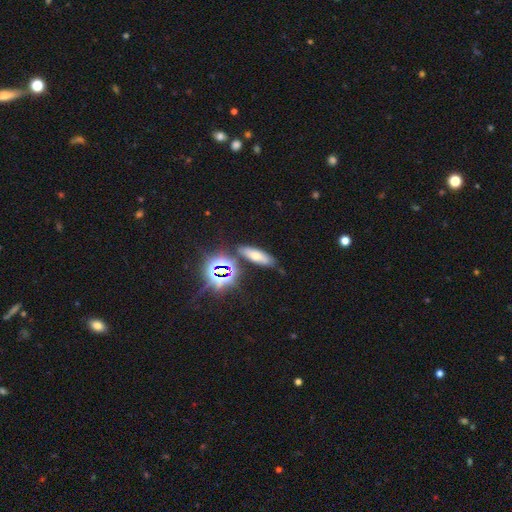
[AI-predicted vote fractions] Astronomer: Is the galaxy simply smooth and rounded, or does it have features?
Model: smooth — 48% (runner-up: star or artifact, 32%).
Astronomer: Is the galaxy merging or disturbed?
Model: none — 79%.